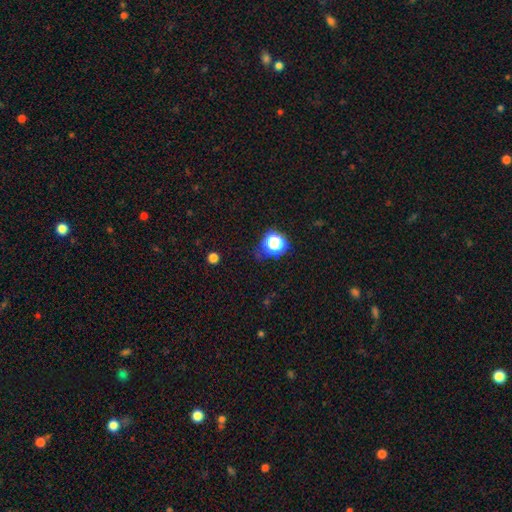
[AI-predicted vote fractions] Overall: star or artifact (59%; smooth 31%).